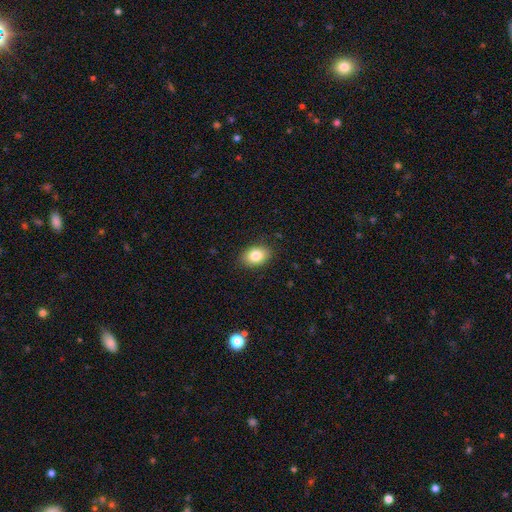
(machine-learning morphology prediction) type=smooth (83%); roundness=in between (82%); merging=none (87%).